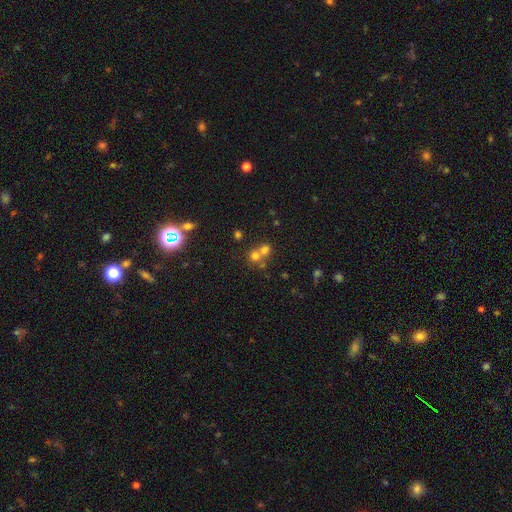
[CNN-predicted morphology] The model was most divided on "merging": merger: 53%, none: 39%, minor disturbance: 5%, major disturbance: 3%. More confident: how rounded — round (83%); smooth or featured — smooth (66%).